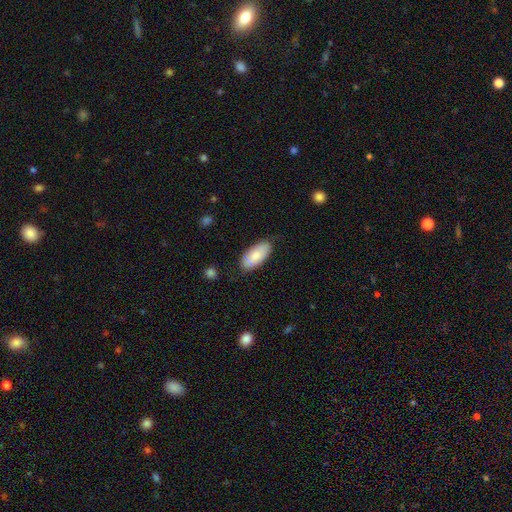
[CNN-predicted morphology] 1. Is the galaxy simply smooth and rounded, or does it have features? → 77% smooth, 17% featured or disk, 6% star or artifact.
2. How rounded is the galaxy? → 91% in between, 7% cigar-shaped, 2% round.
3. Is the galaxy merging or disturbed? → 75% none, 19% minor disturbance, 3% major disturbance, 2% merger.